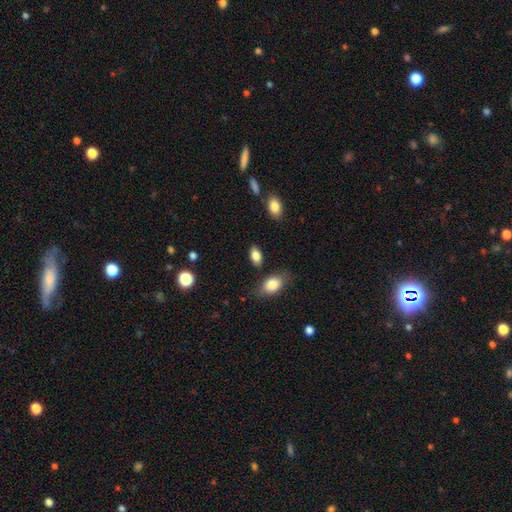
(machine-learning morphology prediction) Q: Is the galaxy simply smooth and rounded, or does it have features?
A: smooth — 84%.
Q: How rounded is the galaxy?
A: in between — 90%.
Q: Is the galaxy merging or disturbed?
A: none — 81%.